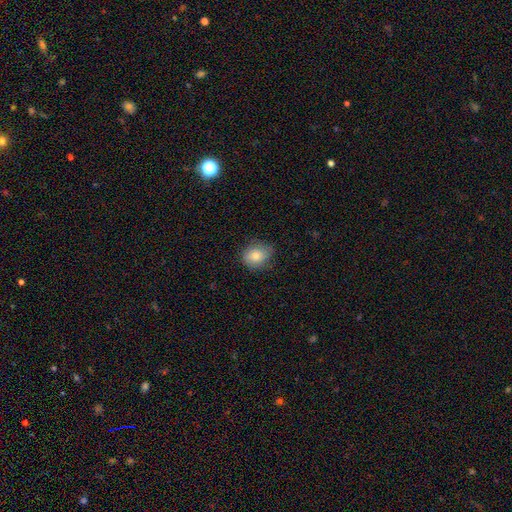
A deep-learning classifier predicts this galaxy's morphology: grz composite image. It shows a smooth galaxy with no disk features (79%) that is round (56%). Merging: none (77%).